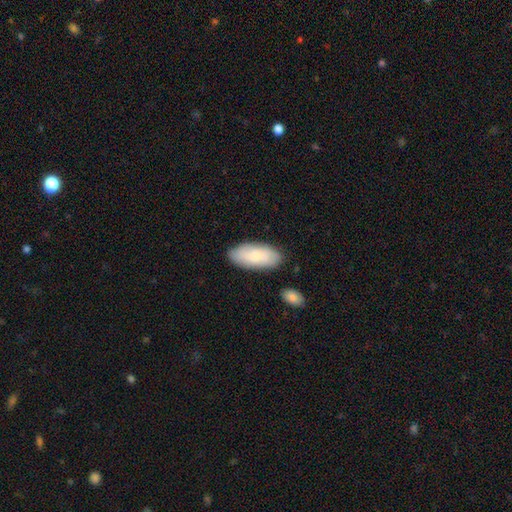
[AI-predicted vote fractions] Q: Smooth or featured?
A: smooth (77%); runner-up: featured or disk (17%)
Q: How rounded?
A: in between (90%); runner-up: cigar-shaped (8%)
Q: Merging?
A: none (82%); runner-up: minor disturbance (13%)